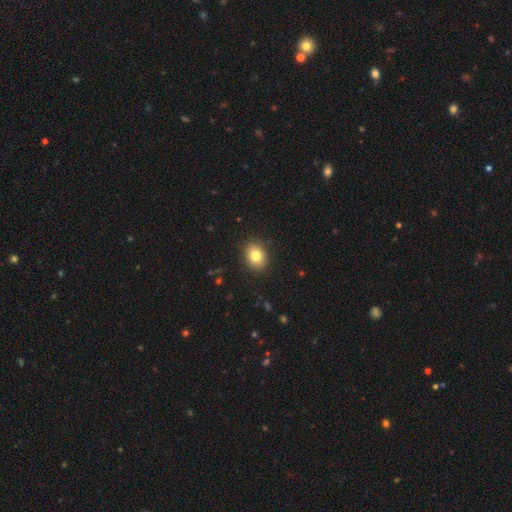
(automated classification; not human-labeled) A smooth galaxy with no disk features (81%) that is in between round and cigar-shaped (56%).

Vote fractions:
- Smooth or featured? smooth: 81% / star or artifact: 9% / featured or disk: 9%
- How rounded? in between: 56% / round: 43% / cigar-shaped: 1%
- Merging? none: 90% / minor disturbance: 7% / major disturbance: 2% / merger: 1%